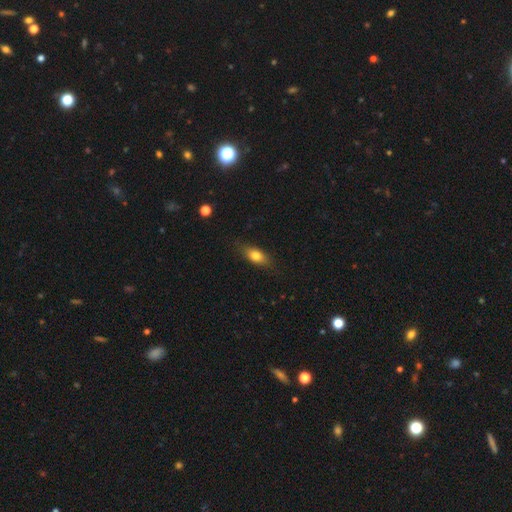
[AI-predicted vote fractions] This appears to be a smooth galaxy with no disk features (75%) that is in between round and cigar-shaped (75%). Merging: none (80%).